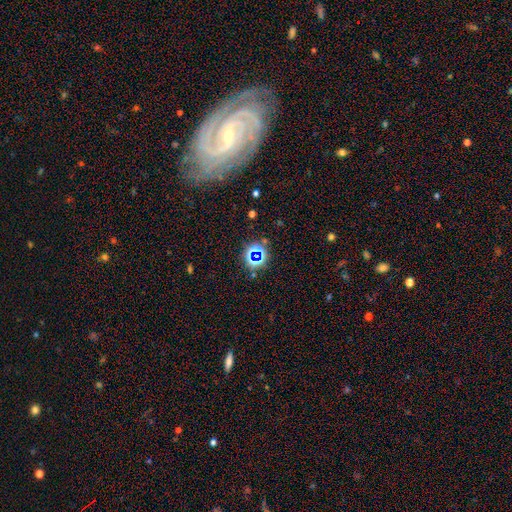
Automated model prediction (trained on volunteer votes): Morphology: type=star or artifact (71%).